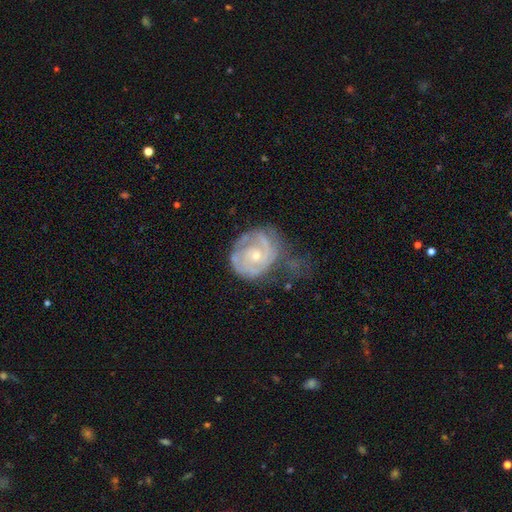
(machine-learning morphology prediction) This appears to be a featured or disk galaxy (80%) with no bar (77%), 2 (37%) tight (67%) spiral arms (88%) and a small central bulge (63%). Merging: none (42%).